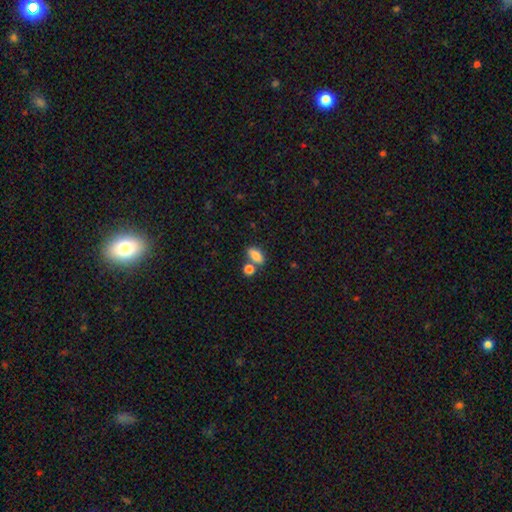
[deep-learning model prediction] A smooth galaxy with no disk features (83%) that is in between round and cigar-shaped (83%). Merging: none (59%).